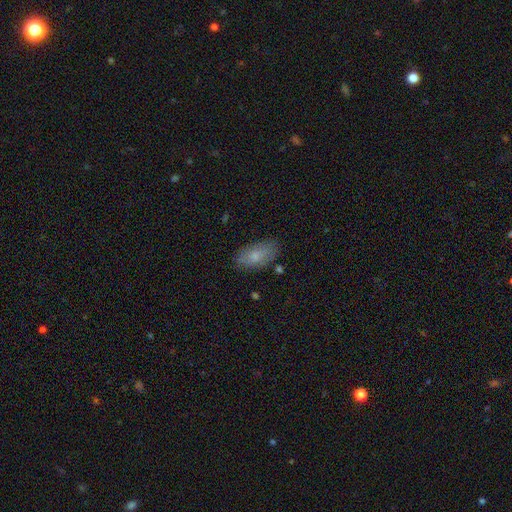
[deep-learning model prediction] Smooth or featured?
  - smooth: 76% *
  - featured or disk: 17%
  - star or artifact: 7%
How rounded?
  - in between: 90% *
  - cigar-shaped: 6%
  - round: 3%
Merging?
  - none: 77% *
  - minor disturbance: 16%
  - major disturbance: 4%
  - merger: 2%